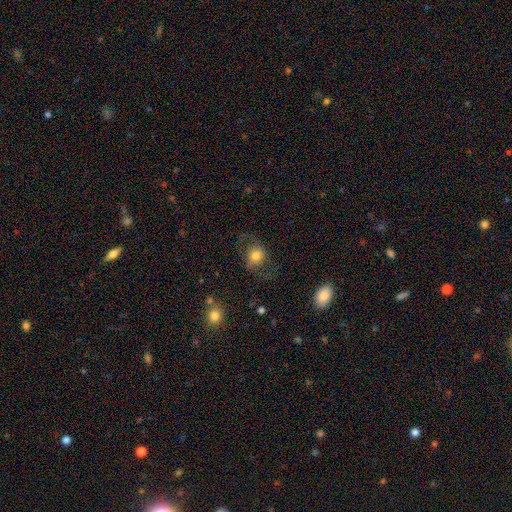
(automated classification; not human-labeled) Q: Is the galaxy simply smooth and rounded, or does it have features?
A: featured or disk — 54%.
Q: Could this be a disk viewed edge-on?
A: no — 96%.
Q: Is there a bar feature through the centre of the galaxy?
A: no — 67%.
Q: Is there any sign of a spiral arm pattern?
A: yes — 84%.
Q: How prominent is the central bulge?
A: moderate — 59%.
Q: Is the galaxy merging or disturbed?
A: none — 63%.